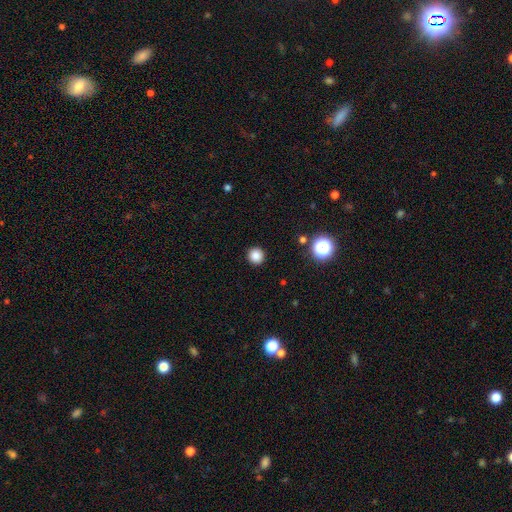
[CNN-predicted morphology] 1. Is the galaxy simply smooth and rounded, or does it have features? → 84% smooth, 12% star or artifact, 4% featured or disk.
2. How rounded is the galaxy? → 95% round, 4% in between, 1% cigar-shaped.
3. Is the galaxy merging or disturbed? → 93% none, 4% minor disturbance, 2% major disturbance, 1% merger.